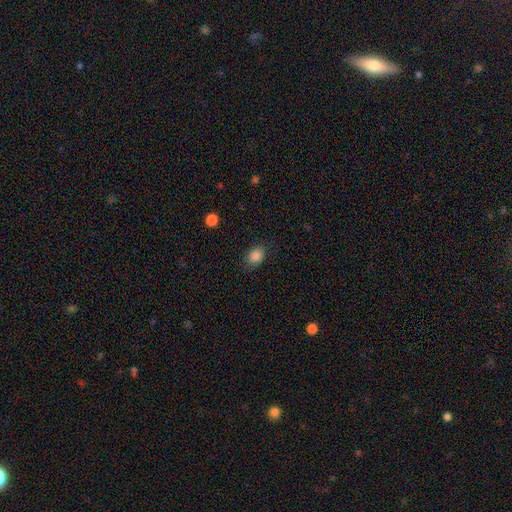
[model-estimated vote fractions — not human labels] smooth 86%, star or artifact 10%, featured or disk 4%. Down the decision tree: how rounded — in between (69%); merging — none (82%).